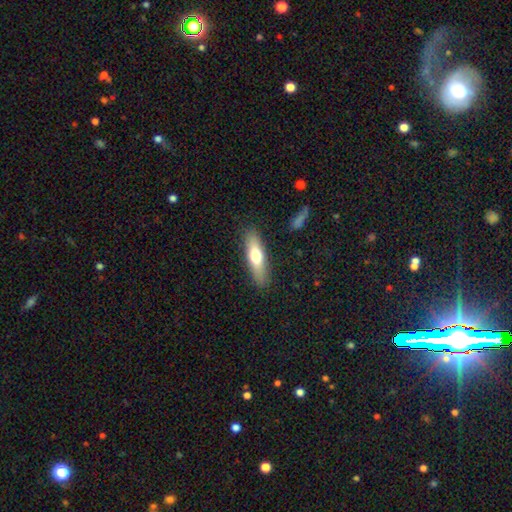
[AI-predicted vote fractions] smooth 63%, featured or disk 31%, star or artifact 6%. Down the decision tree: how rounded — cigar-shaped (64%); merging — none (87%).